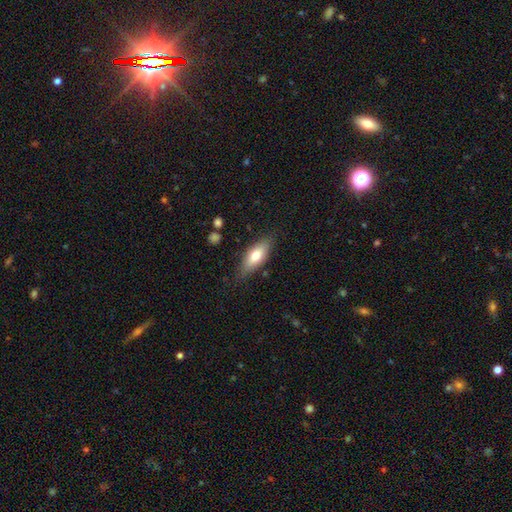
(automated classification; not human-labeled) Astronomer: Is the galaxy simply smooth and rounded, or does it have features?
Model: smooth — 67%.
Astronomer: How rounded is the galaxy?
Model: in between — 70%.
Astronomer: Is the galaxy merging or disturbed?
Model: none — 77%.